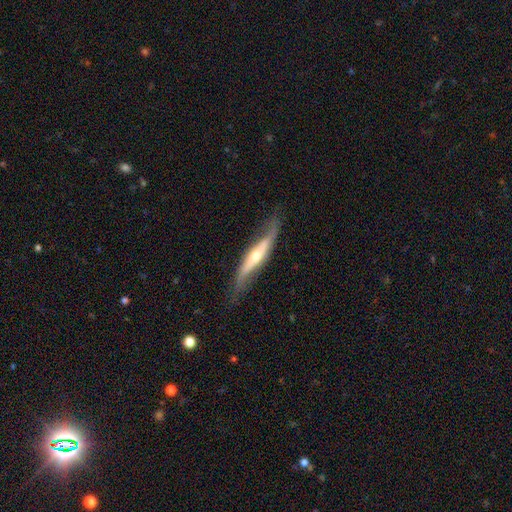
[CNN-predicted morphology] This appears to be a featured or disk galaxy (76%) viewed edge-on (62%). Merging: none (69%).